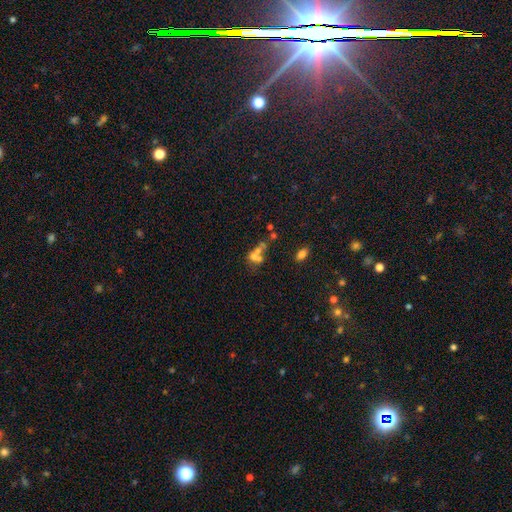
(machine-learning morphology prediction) A smooth galaxy with no disk features (47%). Merging: merger (56%).